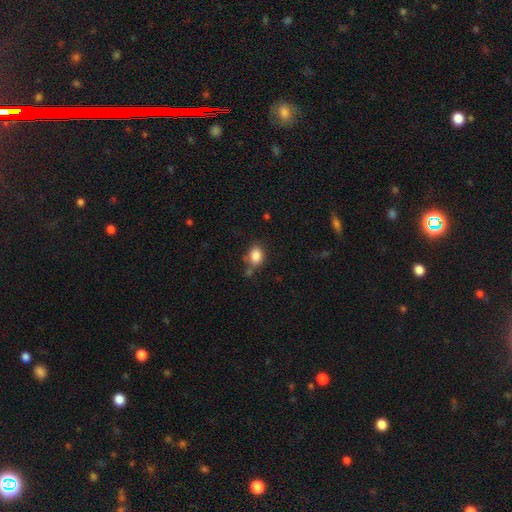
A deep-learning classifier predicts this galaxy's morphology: Smooth or featured? Predicted: smooth (p=0.85). How rounded? Predicted: in between (p=0.64). Merging? Predicted: none (p=0.67).